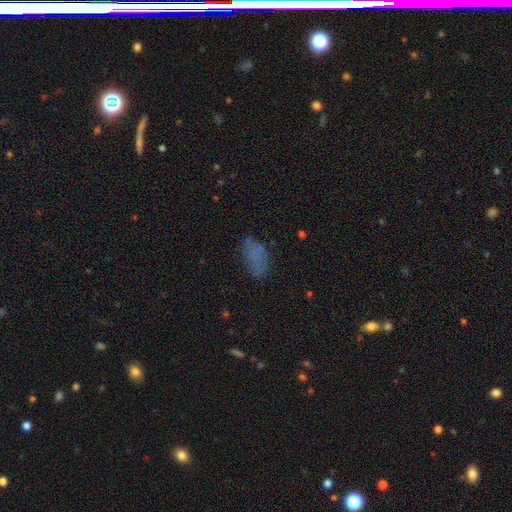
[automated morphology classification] Smooth or featured: smooth — 69% (featured or disk — 16%)
How rounded: in between — 89% (cigar-shaped — 7%)
Merging: none — 64% (minor disturbance — 22%)